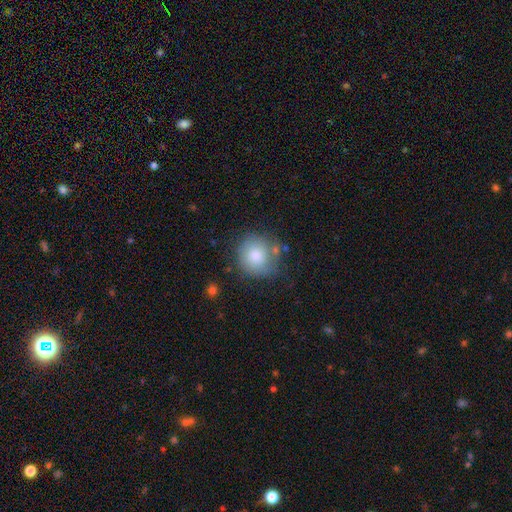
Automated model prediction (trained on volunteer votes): Q: Smooth or featured?
A: smooth (79%); runner-up: featured or disk (13%)
Q: How rounded?
A: round (90%); runner-up: in between (9%)
Q: Merging?
A: none (69%); runner-up: minor disturbance (19%)